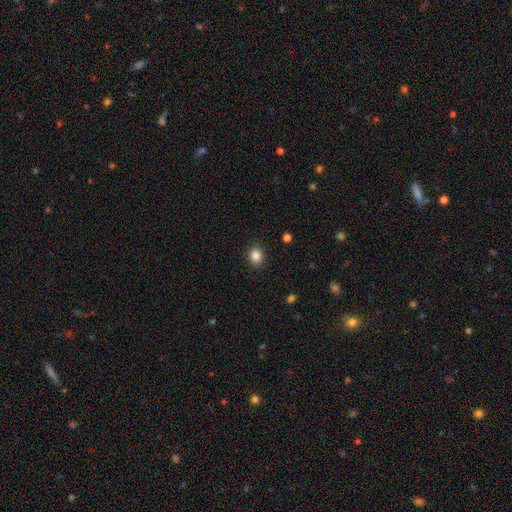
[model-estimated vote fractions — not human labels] A smooth galaxy with no disk features (86%) that is round (64%). Merging: none (90%).